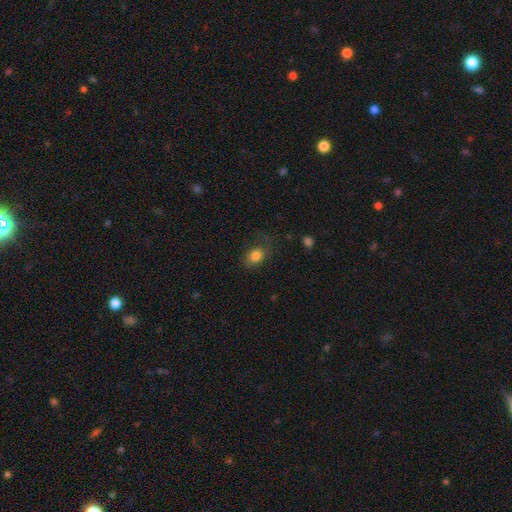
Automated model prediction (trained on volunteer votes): The model was most divided on "how rounded": in between: 60%, round: 39%, cigar-shaped: 1%. More confident: smooth or featured — smooth (80%); merging — none (58%).